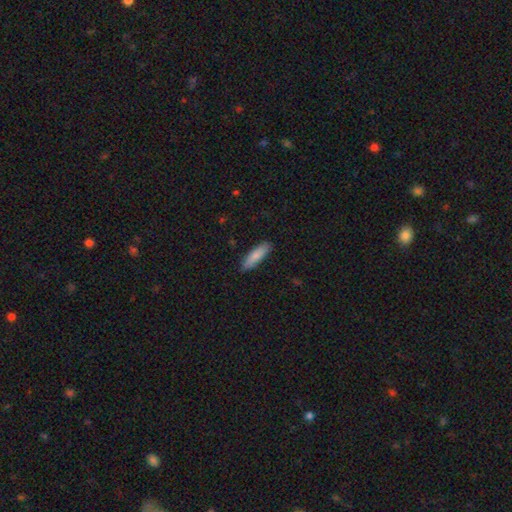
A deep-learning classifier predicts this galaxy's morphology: Smooth or featured? smooth (82%)
How rounded? cigar-shaped (59%)
Merging? none (88%)